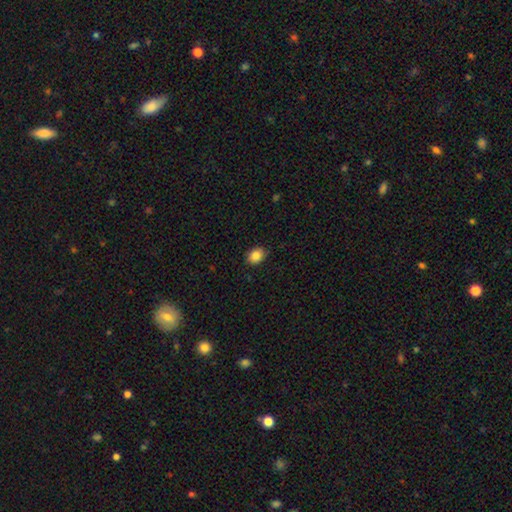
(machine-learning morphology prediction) This appears to be a smooth galaxy with no disk features (86%) that is in between round and cigar-shaped (59%). Merging: none (86%).